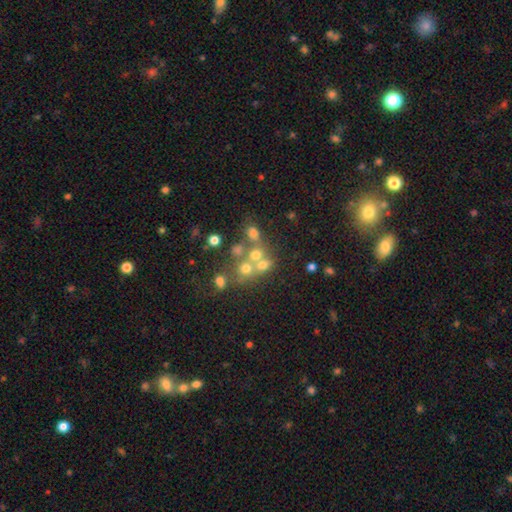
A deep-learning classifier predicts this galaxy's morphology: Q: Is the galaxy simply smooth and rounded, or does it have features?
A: smooth — 41%.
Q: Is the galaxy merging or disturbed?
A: merger — 43%.